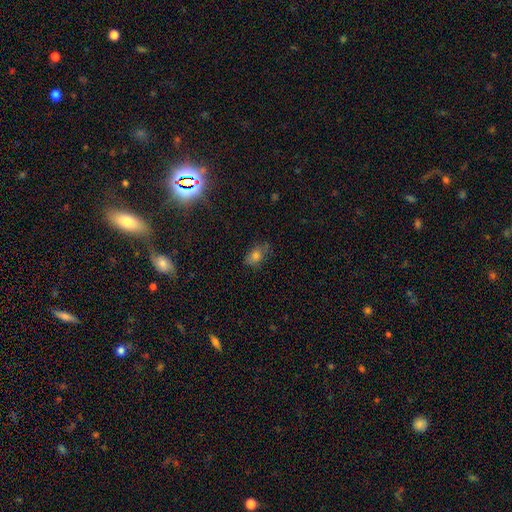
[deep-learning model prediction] This is likely a smooth galaxy (67%). How rounded: likely in between (77%). Merging: likely none (71%).